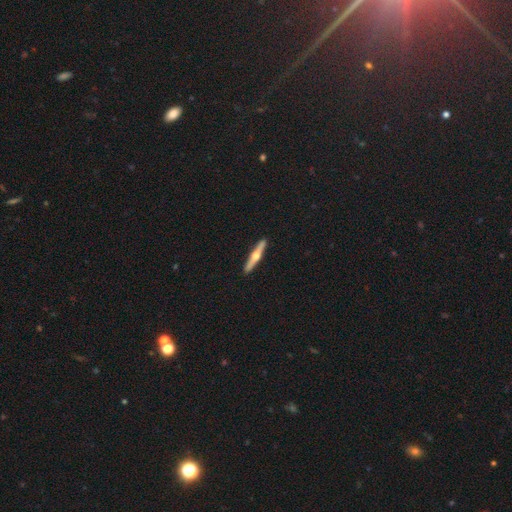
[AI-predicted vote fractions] This appears to be a featured or disk galaxy (66%) viewed edge-on (98%) with a rounded central bulge (94%). Merging: none (92%).